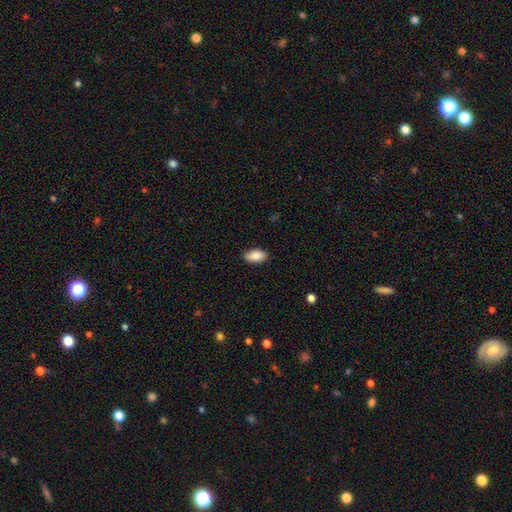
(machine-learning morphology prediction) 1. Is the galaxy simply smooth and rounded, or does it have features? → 89% smooth, 7% star or artifact, 5% featured or disk.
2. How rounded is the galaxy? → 93% in between, 4% round, 3% cigar-shaped.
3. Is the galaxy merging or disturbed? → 87% none, 10% minor disturbance, 2% major disturbance, 1% merger.